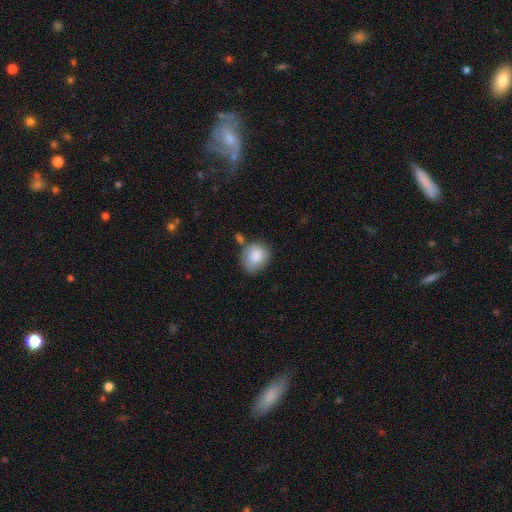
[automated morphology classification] Q: Smooth or featured?
A: smooth (85%); runner-up: featured or disk (8%)
Q: How rounded?
A: round (64%); runner-up: in between (35%)
Q: Merging?
A: none (56%); runner-up: minor disturbance (24%)